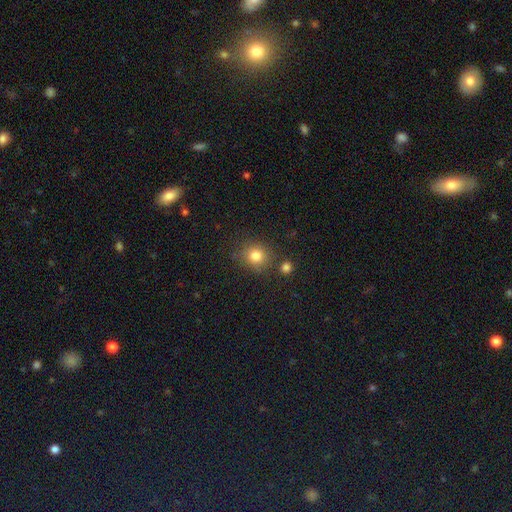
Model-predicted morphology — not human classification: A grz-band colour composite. It shows a smooth galaxy with no disk features (81%) that is round (85%). Merging: none (79%).